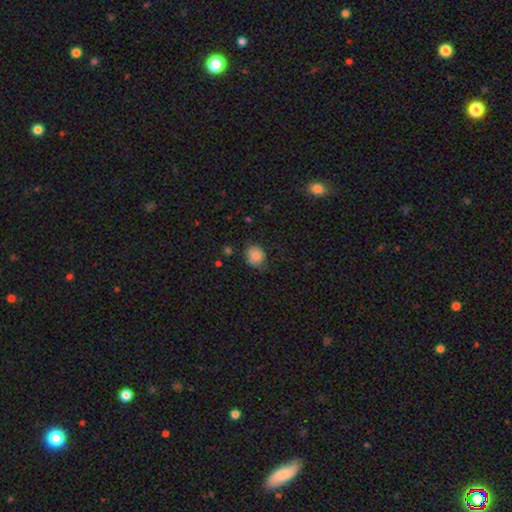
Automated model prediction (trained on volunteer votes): The model was most divided on "merging": none: 69%, minor disturbance: 24%, major disturbance: 6%, merger: 1%. More confident: smooth or featured — smooth (82%); how rounded — round (79%).